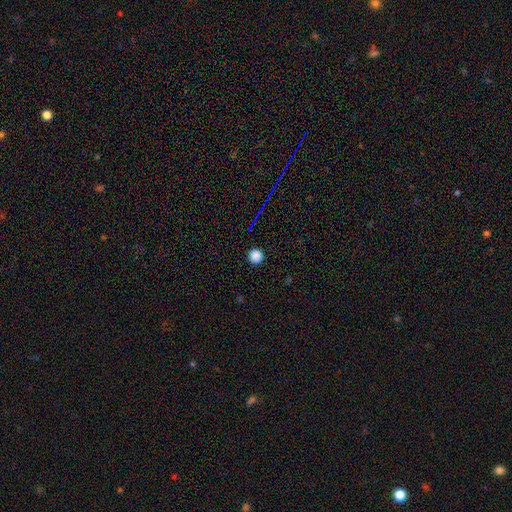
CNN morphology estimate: This appears to be a smooth galaxy with no disk features (84%) that is round (96%). Merging: none (92%).